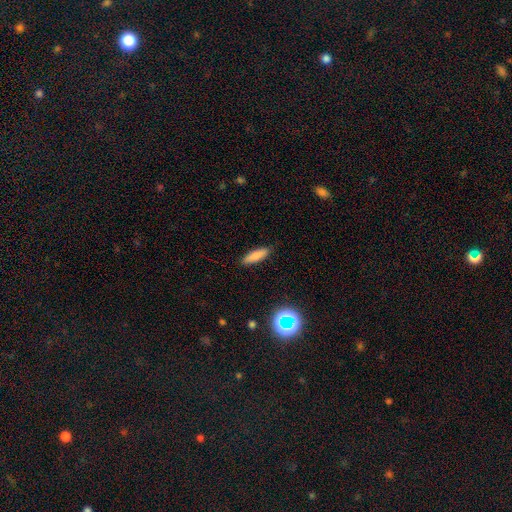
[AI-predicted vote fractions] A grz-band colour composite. It shows a smooth galaxy with no disk features (82%) that is cigar-shaped (60%). Merging: none (88%).